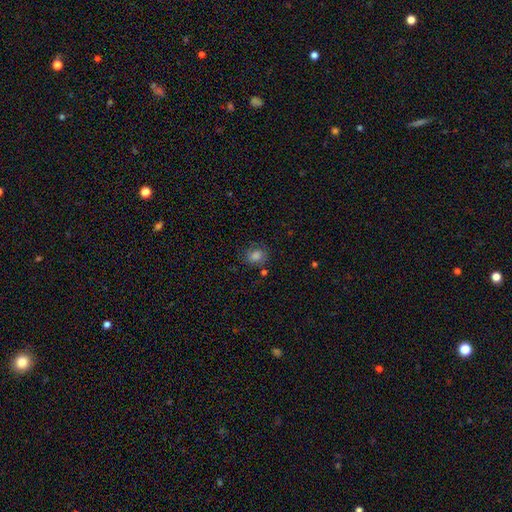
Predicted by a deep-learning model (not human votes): smooth 69%, star or artifact 16%, featured or disk 15%. Down the decision tree: how rounded — round (63%); merging — none (73%).